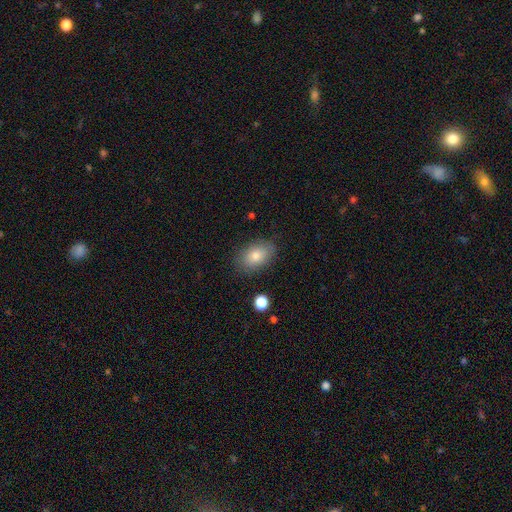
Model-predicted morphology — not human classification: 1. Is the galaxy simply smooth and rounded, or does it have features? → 79% smooth, 12% featured or disk, 9% star or artifact.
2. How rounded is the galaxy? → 87% in between, 12% round, 1% cigar-shaped.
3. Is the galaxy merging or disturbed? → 84% none, 12% minor disturbance, 3% major disturbance, 1% merger.